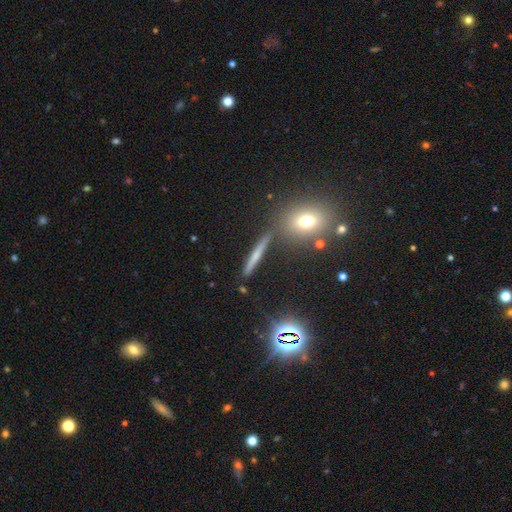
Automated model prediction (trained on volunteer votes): The model was most divided on "smooth or featured": smooth: 45%, featured or disk: 40%, star or artifact: 15%. More confident: merging — none (85%).